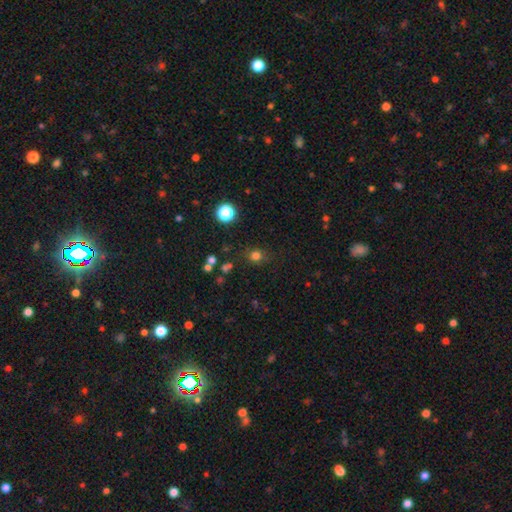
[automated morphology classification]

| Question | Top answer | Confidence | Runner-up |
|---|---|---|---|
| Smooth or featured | smooth | 75% | star or artifact (20%) |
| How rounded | round | 83% | in between (16%) |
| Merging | none | 82% | minor disturbance (11%) |